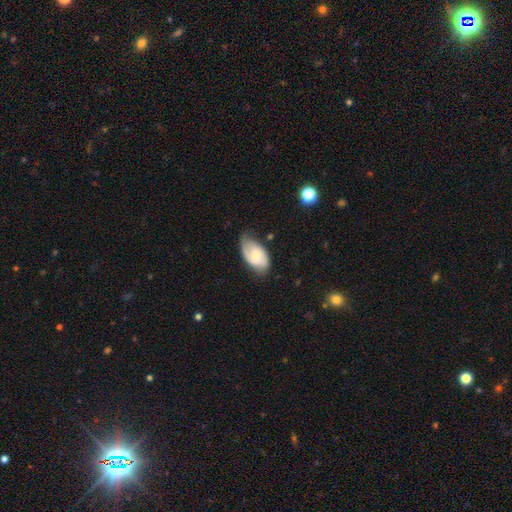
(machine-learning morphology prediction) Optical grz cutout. It shows a featured or disk galaxy (60%) with no bar (51%), spiral arms (86%) and a small central bulge (50%). Merging: none (58%).